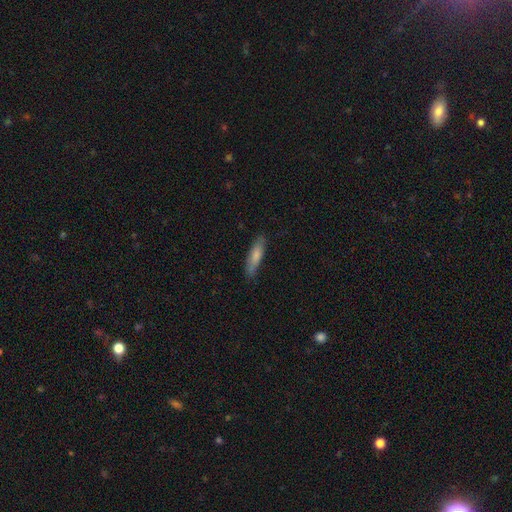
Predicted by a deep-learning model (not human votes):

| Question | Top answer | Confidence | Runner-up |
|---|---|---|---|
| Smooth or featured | smooth | 75% | featured or disk (19%) |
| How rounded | cigar-shaped | 68% | in between (31%) |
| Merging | none | 80% | minor disturbance (16%) |